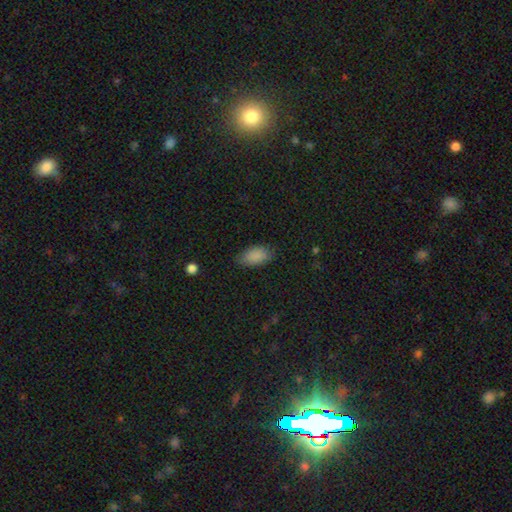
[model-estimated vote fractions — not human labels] smooth 87%, star or artifact 8%, featured or disk 5%. Down the decision tree: how rounded — in between (93%); merging — none (77%).